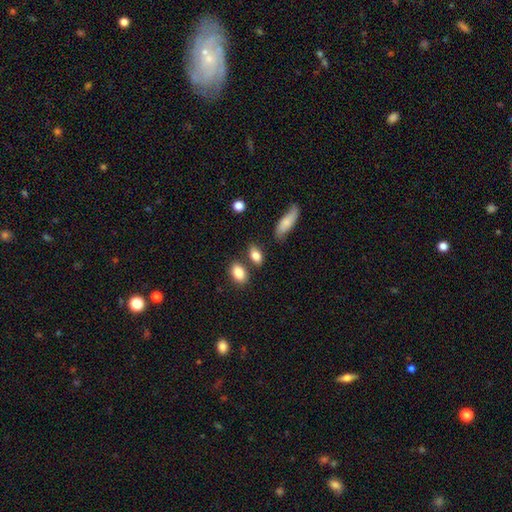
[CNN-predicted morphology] Overall: smooth (83%). How rounded: in between (85%). Merging: none (67%).